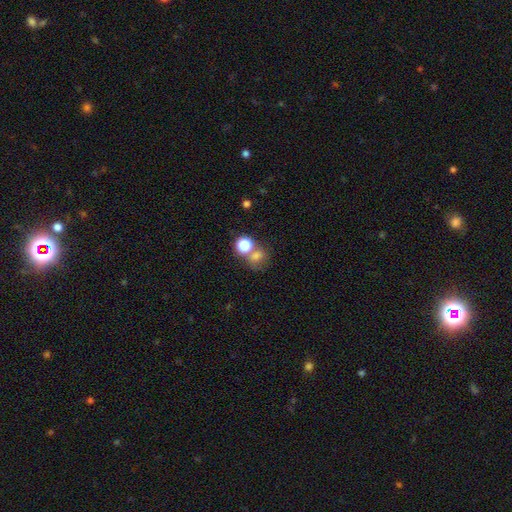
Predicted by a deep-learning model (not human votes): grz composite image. It shows a smooth galaxy with no disk features (71%) that is round (63%). Merging: none (46%).